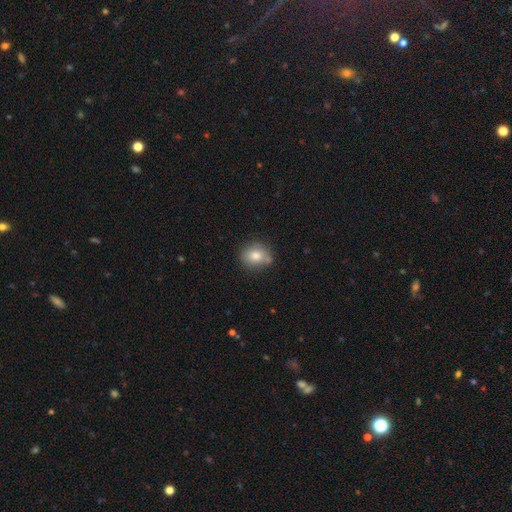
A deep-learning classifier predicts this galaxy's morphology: A smooth galaxy with no disk features (78%) that is round (71%). Merging: none (72%).